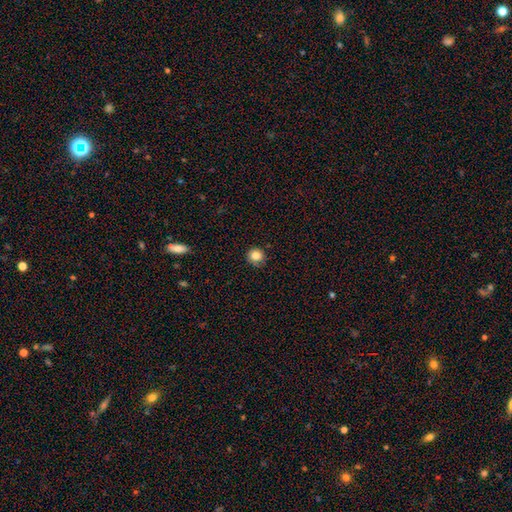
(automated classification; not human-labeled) This appears to be a smooth galaxy with no disk features (84%) that is round (89%). Merging: none (79%).